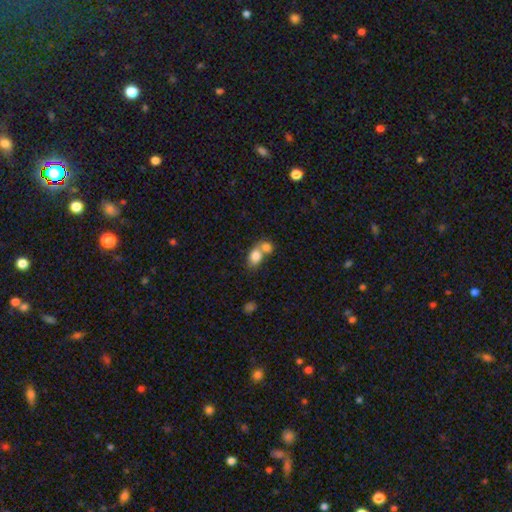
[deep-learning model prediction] smooth_or_featured: smooth (p=0.81) [alt: featured or disk p=0.11]
how_rounded: in between (p=0.74) [alt: round p=0.24]
merging: merger (p=0.65) [alt: none p=0.24]